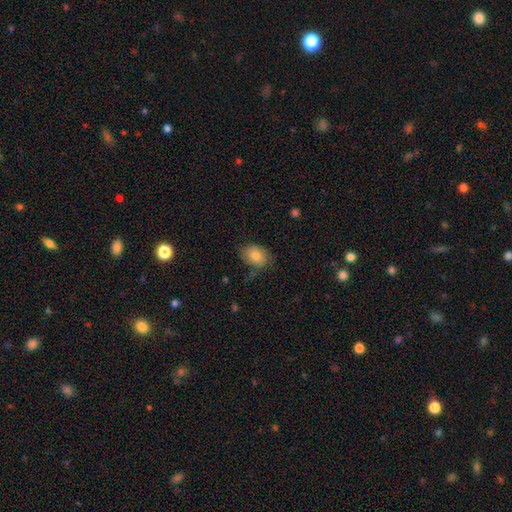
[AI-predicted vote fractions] A smooth galaxy with no disk features (75%) that is in between round and cigar-shaped (72%).

Vote fractions:
- Smooth or featured? smooth: 75% / featured or disk: 17% / star or artifact: 8%
- How rounded? in between: 72% / round: 27% / cigar-shaped: 1%
- Merging? none: 69% / minor disturbance: 23% / major disturbance: 6% / merger: 2%